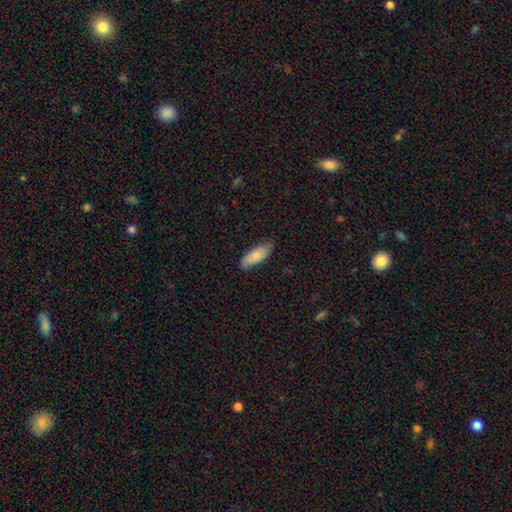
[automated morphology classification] Smooth or featured? Predicted: smooth (p=0.75). How rounded? Predicted: in between (p=0.75). Merging? Predicted: none (p=0.72).